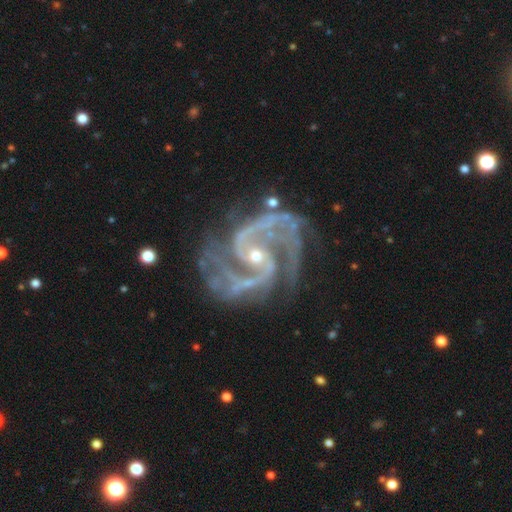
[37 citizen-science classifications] Smooth or featured?
  - featured or disk: 97% *
  - star or artifact: 3%
  - smooth: 0%
Edge-on disk?
  - no: 100% *
  - yes: 0%
Bar?
  - weak: 50% *
  - strong: 25%
  - no: 25%
Spiral arms?
  - yes: 100% *
  - no: 0%
Spiral winding?
  - medium: 61% *
  - loose: 31%
  - tight: 8%
Spiral arm count?
  - 2: 94% *
  - more than 4: 6%
  - 1: 0%
  - 3: 0%
  - 4: 0%
  - can't tell: 0%
Bulge size?
  - small: 75% *
  - moderate: 19%
  - dominant: 3%
  - large: 3%
  - none: 0%
Merging?
  - none: 47% *
  - minor disturbance: 39%
  - major disturbance: 14%
  - merger: 0%